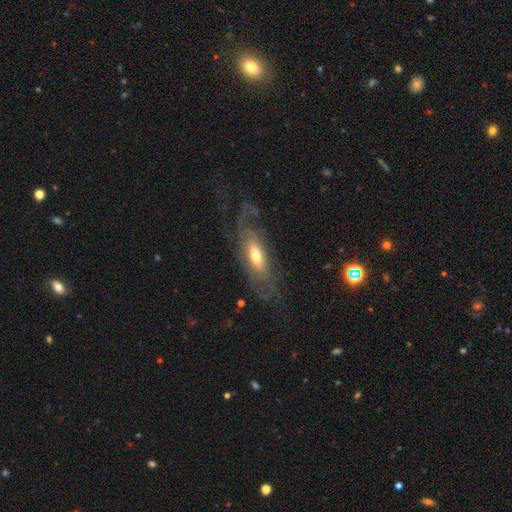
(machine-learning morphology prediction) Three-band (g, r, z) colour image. It shows a featured or disk galaxy (69%) with no bar (65%), spiral arms (74%) and a moderate central bulge (63%). Merging: none (59%).